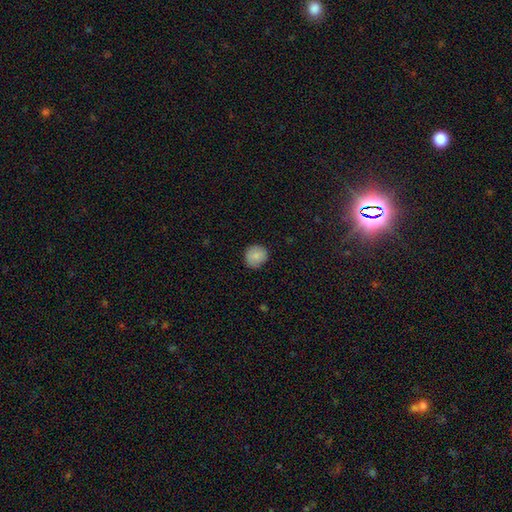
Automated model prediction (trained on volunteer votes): Q: Smooth or featured?
A: smooth (84%); runner-up: star or artifact (8%)
Q: How rounded?
A: round (87%); runner-up: in between (12%)
Q: Merging?
A: none (86%); runner-up: minor disturbance (11%)